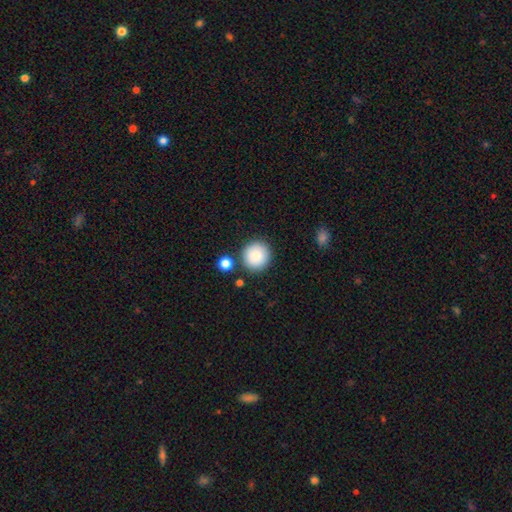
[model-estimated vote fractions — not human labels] smooth 85%, star or artifact 8%, featured or disk 7%. Down the decision tree: how rounded — round (93%); merging — none (84%).